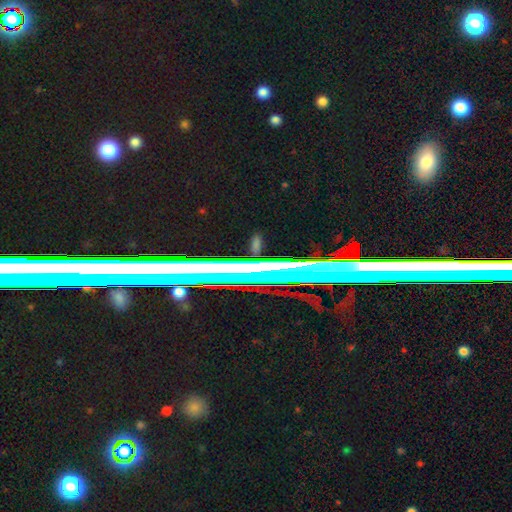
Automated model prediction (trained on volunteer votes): This is possibly a star or artifact rather than a galaxy (60%).